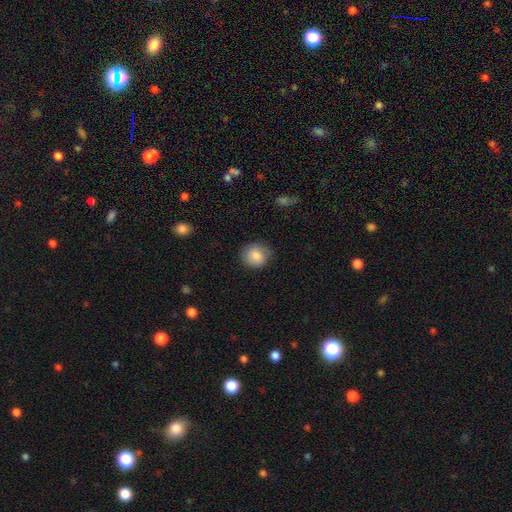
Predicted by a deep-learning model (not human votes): Smooth or featured? smooth (85%)
How rounded? round (83%)
Merging? none (78%)